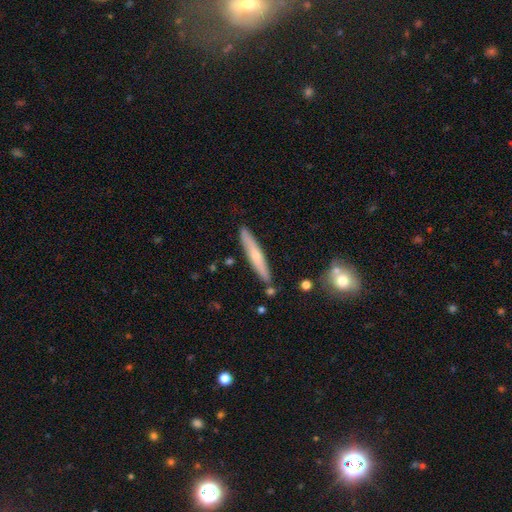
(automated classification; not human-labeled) Morphology: type=smooth (50%); merging=none (85%).